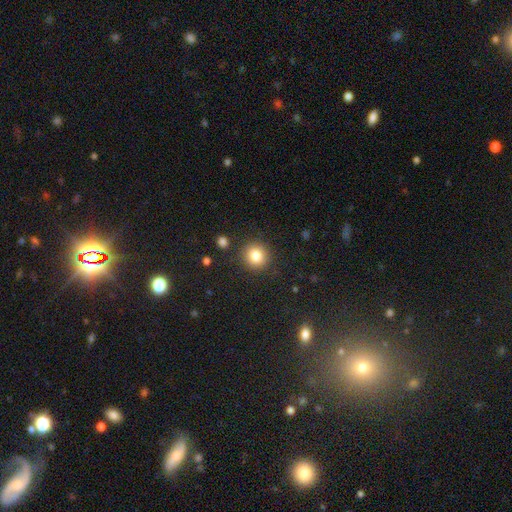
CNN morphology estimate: Overall: smooth (83%). How rounded: round (90%). Merging: none (88%).